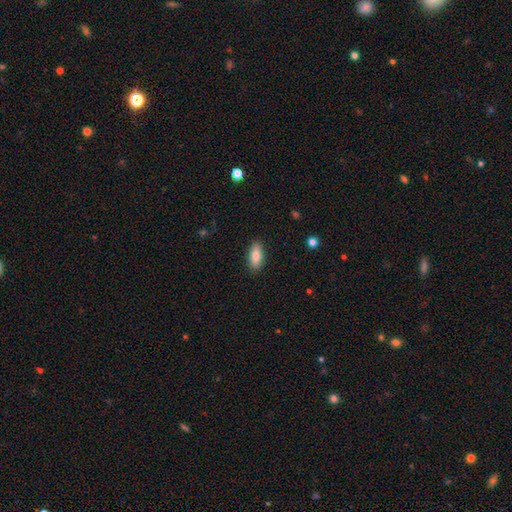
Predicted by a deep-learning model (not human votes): smooth 80%, featured or disk 14%, star or artifact 7%. Down the decision tree: how rounded — in between (82%); merging — none (89%).